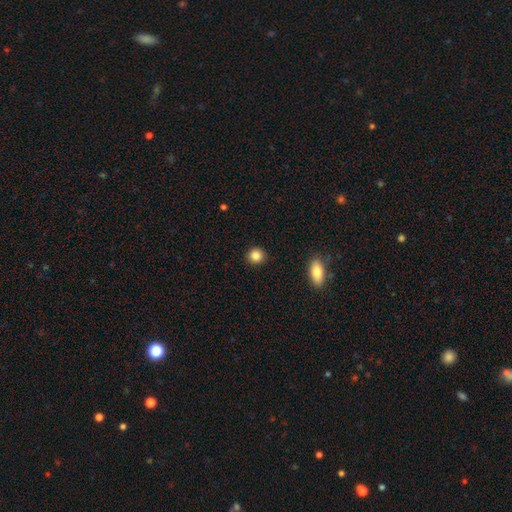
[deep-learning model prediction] Smooth or featured: smooth — 86% (star or artifact — 10%)
How rounded: round — 89% (in between — 10%)
Merging: none — 92% (minor disturbance — 5%)